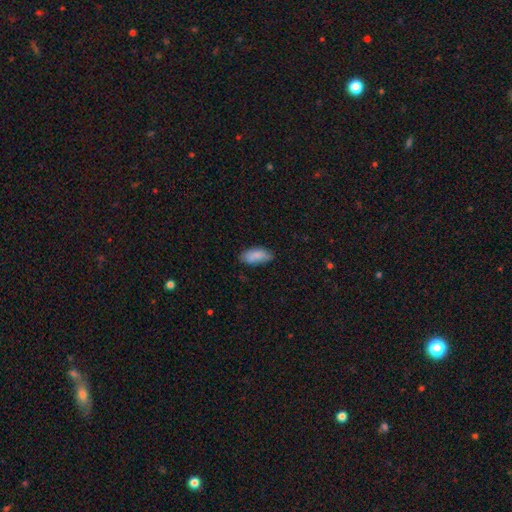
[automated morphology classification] Smooth or featured?
  - smooth: 86% *
  - featured or disk: 7%
  - star or artifact: 7%
How rounded?
  - in between: 89% *
  - cigar-shaped: 9%
  - round: 2%
Merging?
  - none: 70% *
  - minor disturbance: 25%
  - major disturbance: 4%
  - merger: 1%